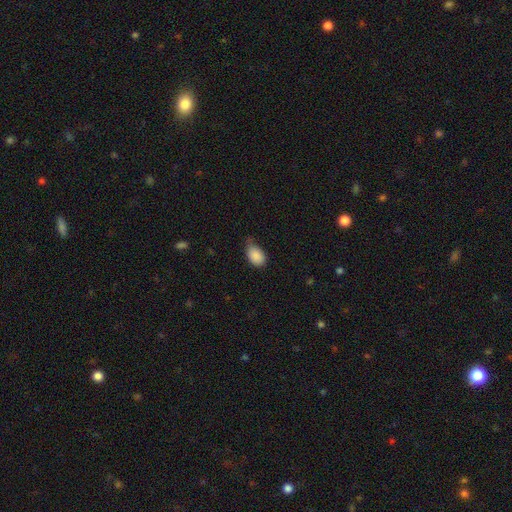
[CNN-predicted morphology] A smooth galaxy with no disk features (88%) that is in between round and cigar-shaped (88%).

Vote fractions:
- Smooth or featured? smooth: 88% / star or artifact: 8% / featured or disk: 5%
- How rounded? in between: 88% / round: 11% / cigar-shaped: 1%
- Merging? none: 51% / minor disturbance: 39% / major disturbance: 8% / merger: 2%